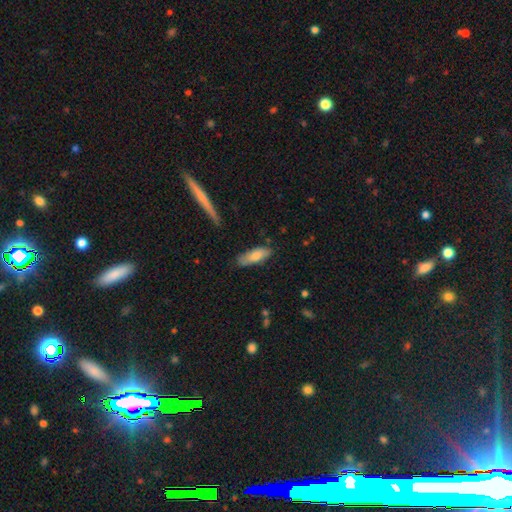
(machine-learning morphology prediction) A smooth galaxy with no disk features (75%) that is in between round and cigar-shaped (65%). Merging: none (75%).